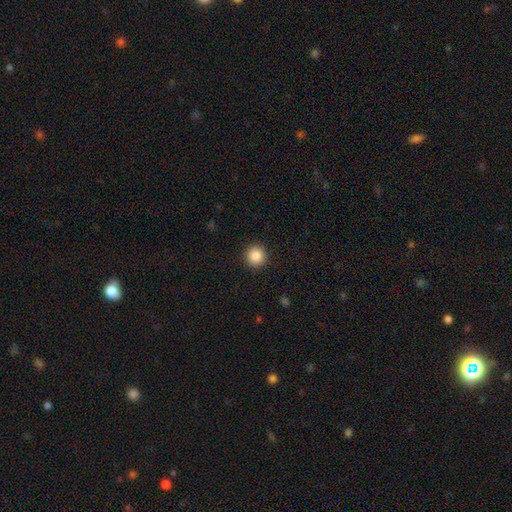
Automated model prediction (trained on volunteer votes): Q: Smooth or featured?
A: smooth (87%); runner-up: star or artifact (10%)
Q: How rounded?
A: round (95%); runner-up: in between (4%)
Q: Merging?
A: none (92%); runner-up: minor disturbance (5%)